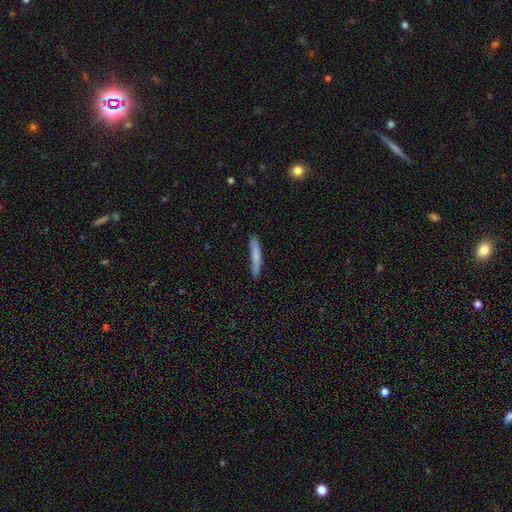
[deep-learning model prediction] Smooth or featured? smooth (75%)
How rounded? cigar-shaped (94%)
Merging? none (77%)